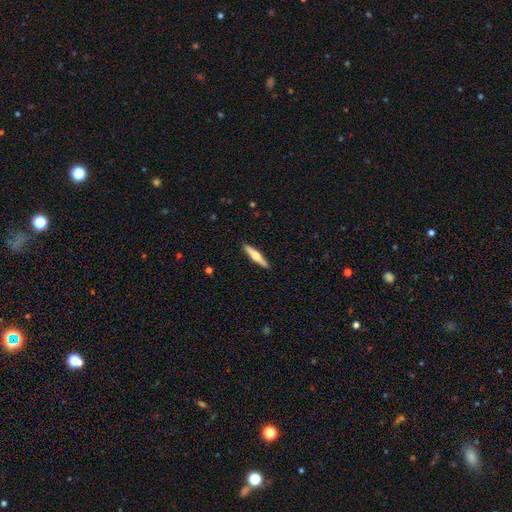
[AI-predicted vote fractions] Smooth or featured?
  - featured or disk: 51% *
  - smooth: 44%
  - star or artifact: 5%
Edge-on disk?
  - yes: 96% *
  - no: 4%
Merging?
  - none: 91% *
  - minor disturbance: 7%
  - major disturbance: 1%
  - merger: 1%